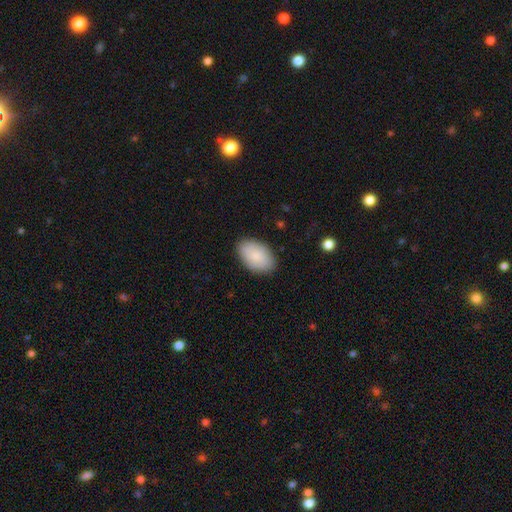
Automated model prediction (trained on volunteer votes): smooth_or_featured: smooth (p=0.86) [alt: featured or disk p=0.08]
how_rounded: in between (p=0.93) [alt: round p=0.06]
merging: none (p=0.86) [alt: minor disturbance p=0.10]